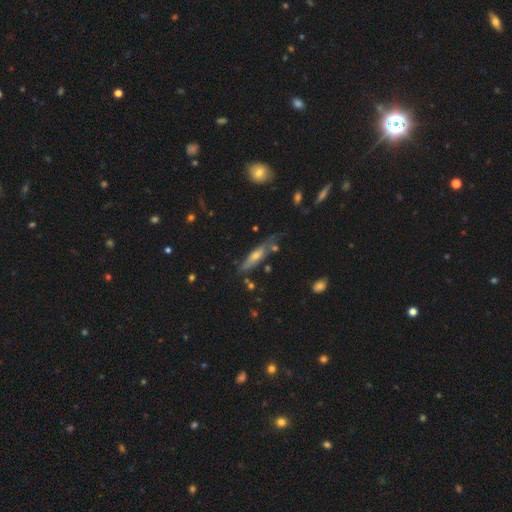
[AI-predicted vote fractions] A featured or disk galaxy (52%) viewed edge-on (73%). Merging: none (60%).